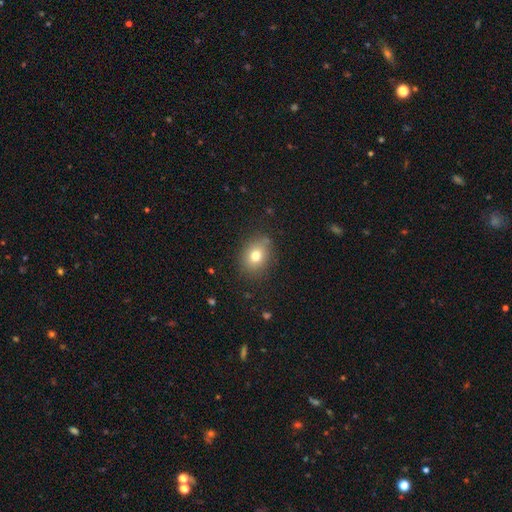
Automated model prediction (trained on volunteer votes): smooth 75%, featured or disk 13%, star or artifact 12%. Down the decision tree: how rounded — in between (57%); merging — none (81%).